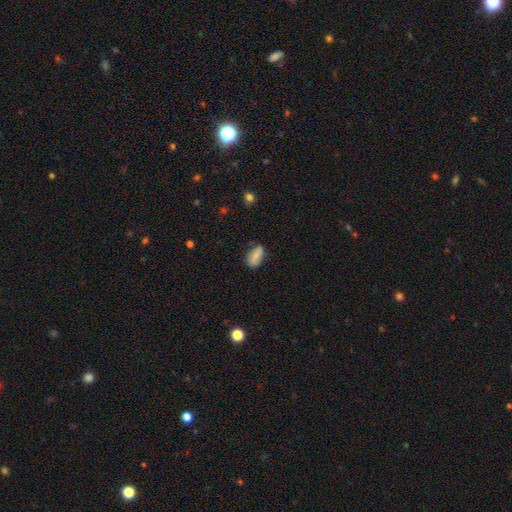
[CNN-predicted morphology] Overall: smooth (72%). How rounded: in between (89%). Merging: none (71%).